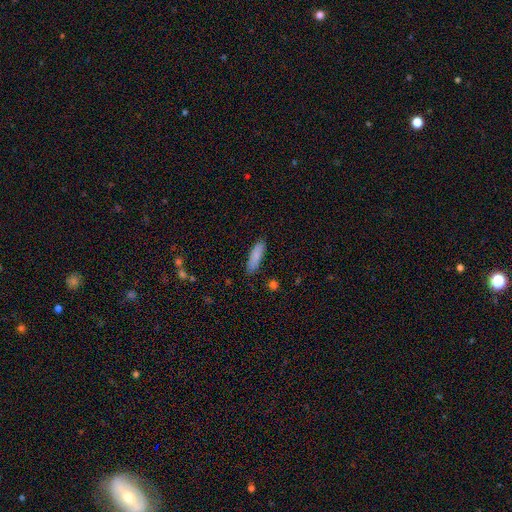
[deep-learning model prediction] smooth 85%, featured or disk 8%, star or artifact 6%. Down the decision tree: how rounded — cigar-shaped (56%); merging — none (85%).